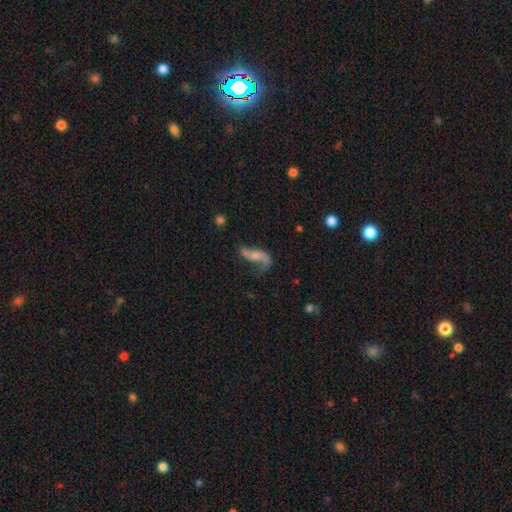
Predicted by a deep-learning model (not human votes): Smooth or featured?
  - featured or disk: 63% *
  - smooth: 27%
  - star or artifact: 10%
Edge-on disk?
  - no: 90% *
  - yes: 10%
Bar?
  - no: 58% *
  - weak: 29%
  - strong: 13%
Spiral arms?
  - yes: 82% *
  - no: 18%
Bulge size?
  - none: 39% *
  - small: 34%
  - moderate: 19%
  - large: 6%
  - dominant: 2%
Merging?
  - none: 39% *
  - major disturbance: 31%
  - minor disturbance: 20%
  - merger: 10%